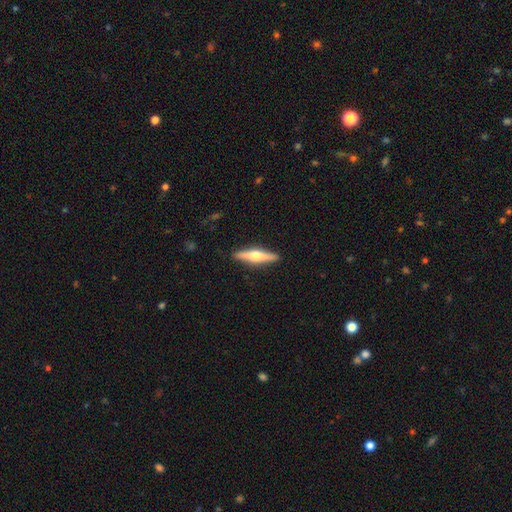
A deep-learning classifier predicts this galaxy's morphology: Smooth or featured: featured or disk — 65% (smooth — 30%)
Edge-on disk: yes — 97% (no — 3%)
Edge-on bulge: rounded — 94% (boxy — 3%)
Merging: none — 91% (minor disturbance — 7%)